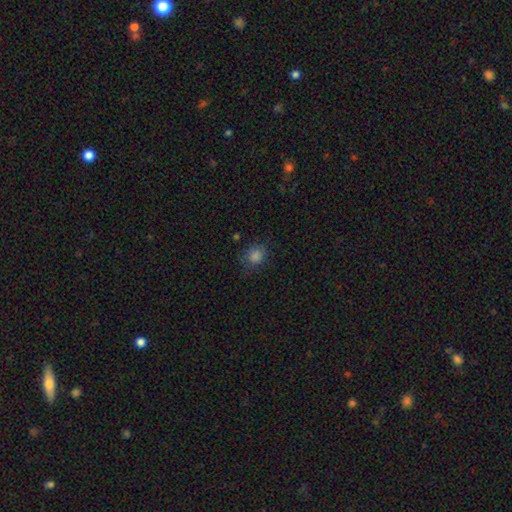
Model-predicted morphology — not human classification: Smooth or featured? Predicted: smooth (p=0.80). How rounded? Predicted: round (p=0.67). Merging? Predicted: none (p=0.75).